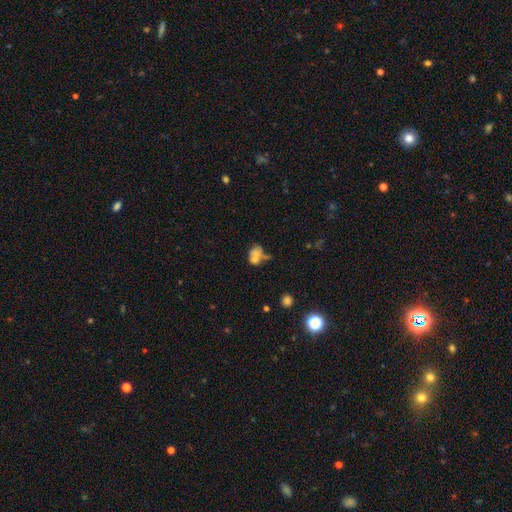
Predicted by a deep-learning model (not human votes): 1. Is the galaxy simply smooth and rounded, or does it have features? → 60% smooth, 28% featured or disk, 13% star or artifact.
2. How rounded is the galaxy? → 58% in between, 41% round, 2% cigar-shaped.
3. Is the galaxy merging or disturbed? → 52% merger, 25% none, 13% minor disturbance, 10% major disturbance.